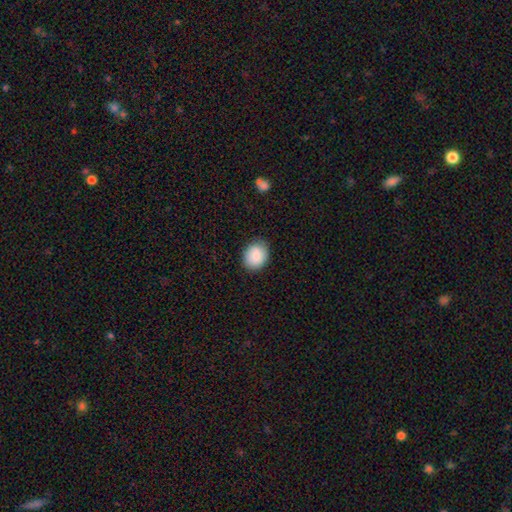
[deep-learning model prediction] Morphology: type=smooth (89%); roundness=in between (51%); merging=none (82%).